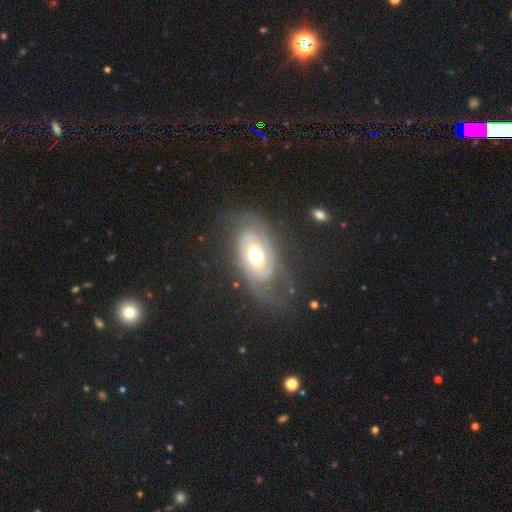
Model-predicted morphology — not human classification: Smooth or featured? Predicted: featured or disk (p=0.78). Edge-on disk? Predicted: no (p=0.94). Bar? Predicted: no (p=0.74). Spiral arms? Predicted: yes (p=0.83). Spiral winding? Predicted: tight (p=0.48). Spiral arm count? Predicted: 2 (p=0.60). Bulge size? Predicted: moderate (p=0.66). Merging? Predicted: none (p=0.62).